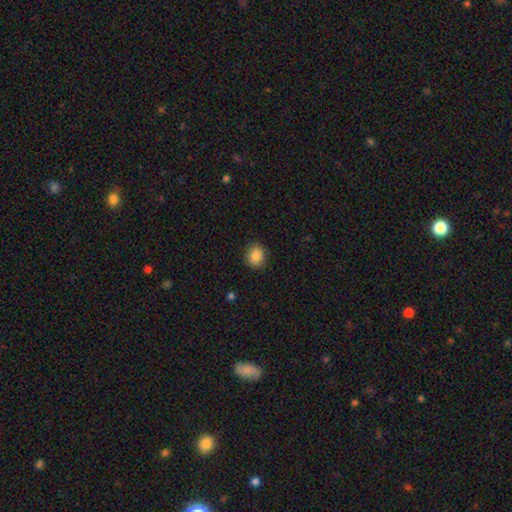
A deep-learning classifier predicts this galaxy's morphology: Overall: smooth (87%). How rounded: round (68%; in between 31%). Merging: none (87%).